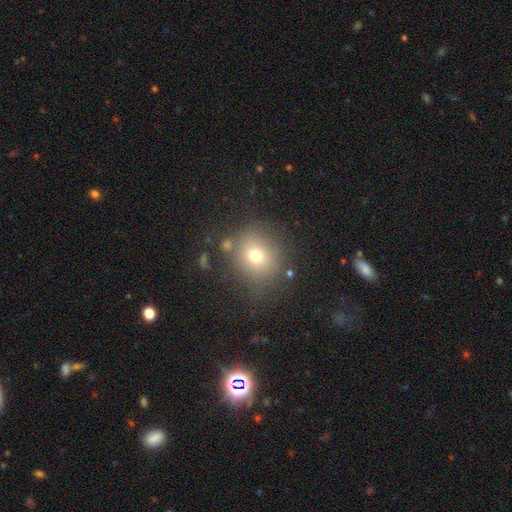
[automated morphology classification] Q: Smooth or featured?
A: smooth (69%); runner-up: star or artifact (17%)
Q: How rounded?
A: round (81%); runner-up: in between (18%)
Q: Merging?
A: none (77%); runner-up: minor disturbance (12%)